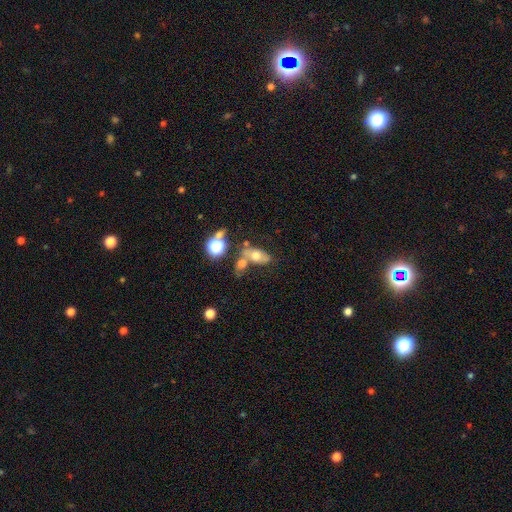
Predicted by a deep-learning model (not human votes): This is possibly a smooth galaxy (57%). How rounded: likely in between (77%). Merging: marginally merger (38%).